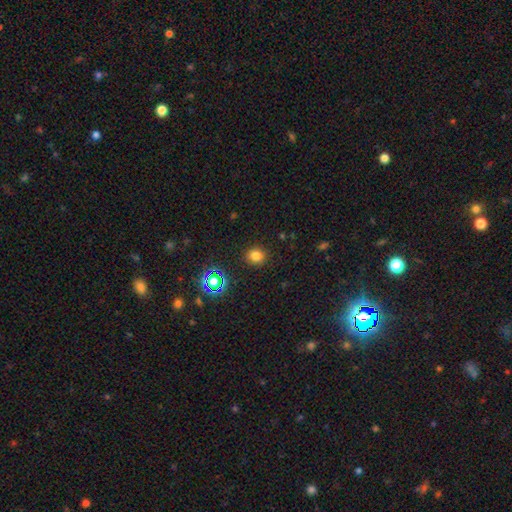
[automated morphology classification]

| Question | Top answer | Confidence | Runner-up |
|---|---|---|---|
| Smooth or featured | smooth | 78% | star or artifact (17%) |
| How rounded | round | 75% | in between (24%) |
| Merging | none | 89% | minor disturbance (7%) |